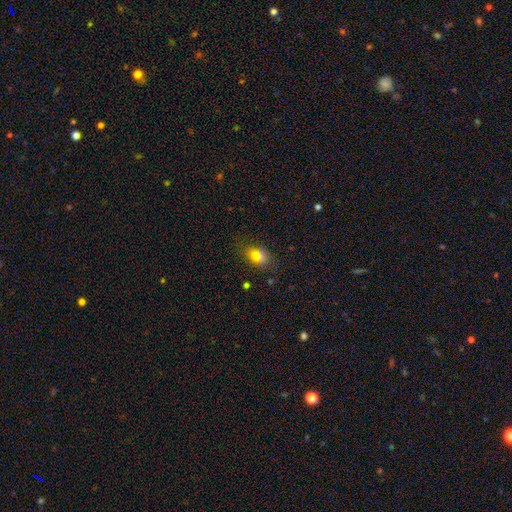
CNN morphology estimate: type=smooth (63%); roundness=in between (63%); merging=none (71%).